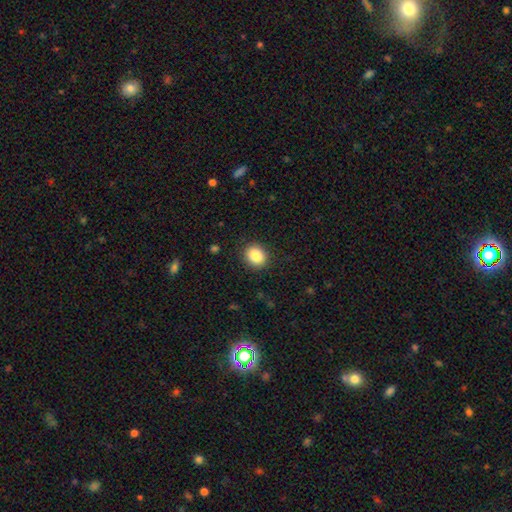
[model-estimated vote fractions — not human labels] This is clearly a smooth galaxy (86%). How rounded: likely round (74%). Merging: clearly none (90%).